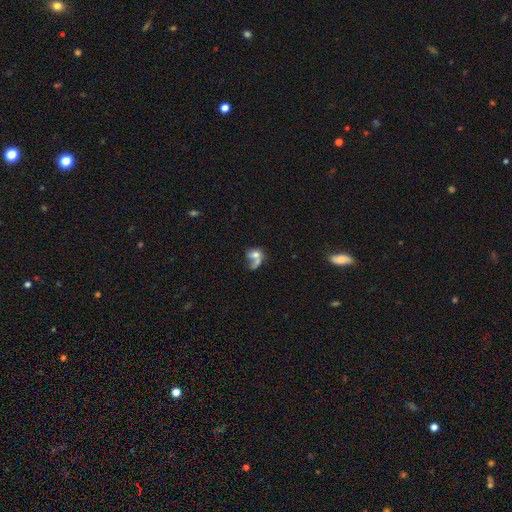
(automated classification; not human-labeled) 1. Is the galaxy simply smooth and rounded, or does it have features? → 54% smooth, 34% featured or disk, 11% star or artifact.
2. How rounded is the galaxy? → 60% in between, 36% round, 4% cigar-shaped.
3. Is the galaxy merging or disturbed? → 48% merger, 22% major disturbance, 20% none, 10% minor disturbance.